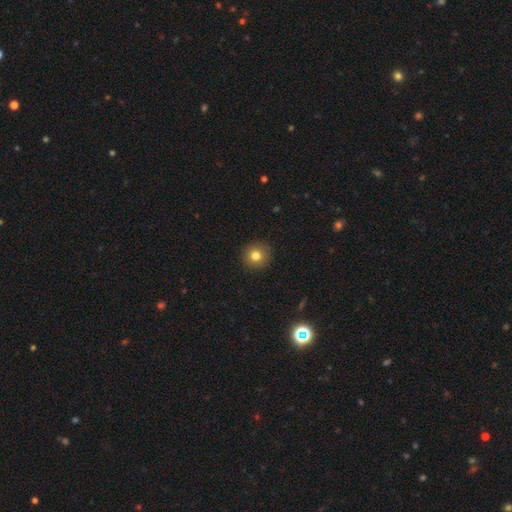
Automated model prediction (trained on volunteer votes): Q: Smooth or featured?
A: smooth (80%); runner-up: star or artifact (12%)
Q: How rounded?
A: round (93%); runner-up: in between (6%)
Q: Merging?
A: none (91%); runner-up: minor disturbance (6%)